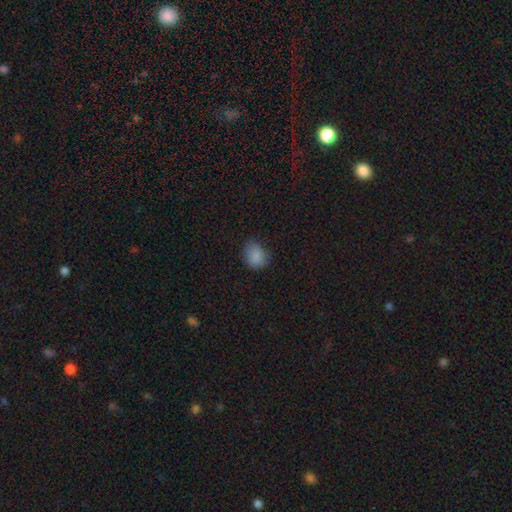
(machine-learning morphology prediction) A smooth galaxy with no disk features (85%) that is round (51%).

Vote fractions:
- Smooth or featured? smooth: 85% / star or artifact: 10% / featured or disk: 5%
- How rounded? round: 51% / in between: 48% / cigar-shaped: 1%
- Merging? none: 68% / minor disturbance: 26% / major disturbance: 6% / merger: 1%